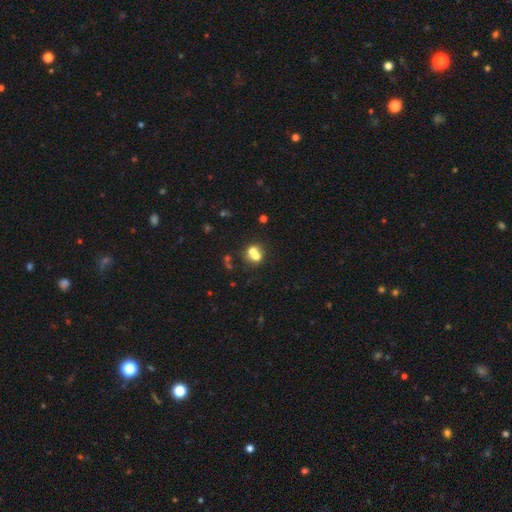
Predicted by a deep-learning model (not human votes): Overall: smooth (63%; featured or disk 23%). How rounded: round (74%). Merging: merger (59%; none 31%).